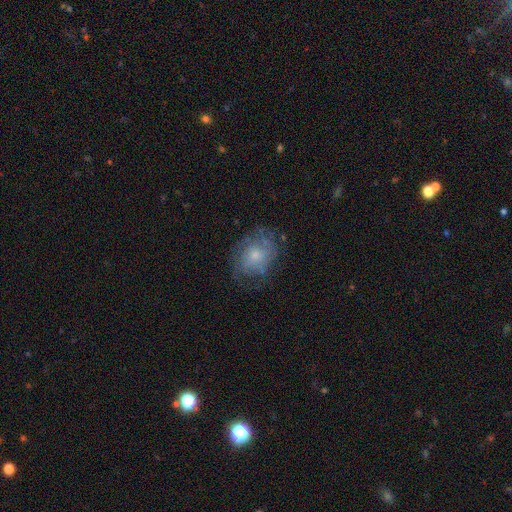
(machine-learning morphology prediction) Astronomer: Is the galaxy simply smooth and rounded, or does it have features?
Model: smooth — 46% (runner-up: featured or disk, 45%).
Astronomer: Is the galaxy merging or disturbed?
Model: none — 59%.